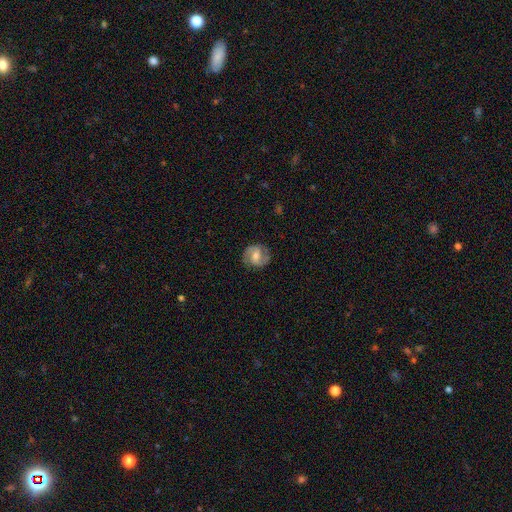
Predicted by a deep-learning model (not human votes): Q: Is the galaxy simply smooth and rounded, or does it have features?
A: featured or disk — 75%.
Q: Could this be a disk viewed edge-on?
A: no — 98%.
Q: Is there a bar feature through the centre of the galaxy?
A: weak — 45%.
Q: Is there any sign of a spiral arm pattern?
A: yes — 94%.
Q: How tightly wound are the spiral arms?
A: medium — 51%.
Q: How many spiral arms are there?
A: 2 — 90%.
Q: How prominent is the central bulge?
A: moderate — 61%.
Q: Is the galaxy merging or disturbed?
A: none — 83%.